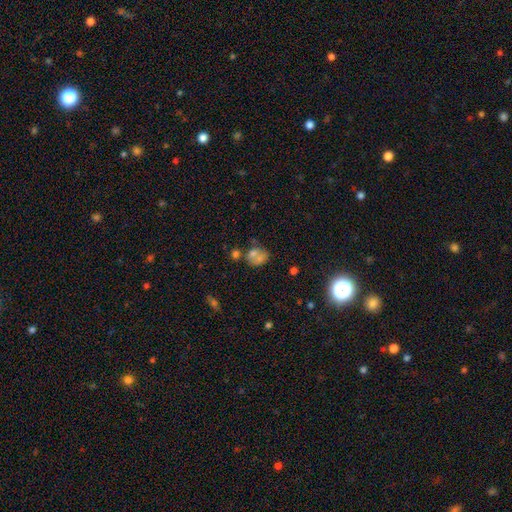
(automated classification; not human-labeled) This is likely a smooth galaxy (66%). How rounded: possibly in between (51%). Merging: marginally merger (41%).